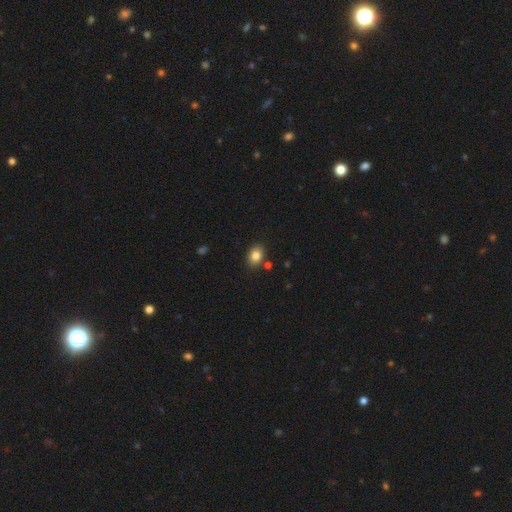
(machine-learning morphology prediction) Smooth or featured? smooth (84%)
How rounded? in between (67%)
Merging? none (81%)